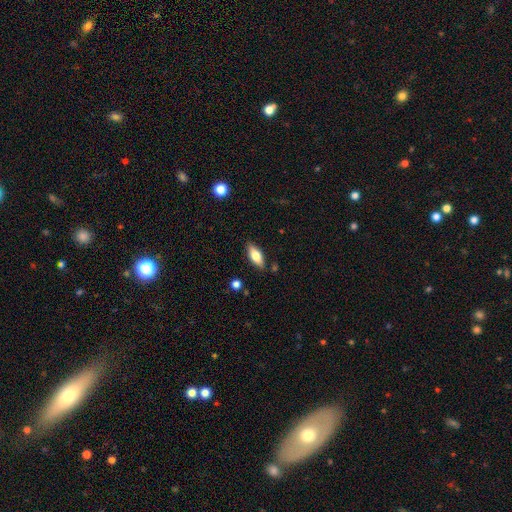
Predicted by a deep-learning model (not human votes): smooth_or_featured: smooth (p=0.70) [alt: featured or disk p=0.23]
how_rounded: in between (p=0.77) [alt: cigar-shaped p=0.20]
merging: none (p=0.86) [alt: minor disturbance p=0.10]